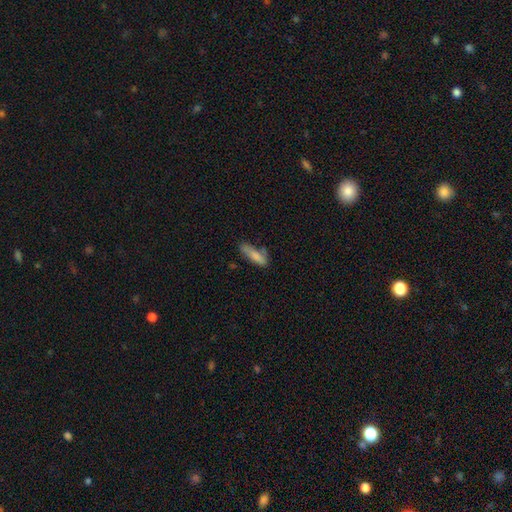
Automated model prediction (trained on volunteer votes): This appears to be a smooth galaxy with no disk features (79%) that is cigar-shaped (60%). Merging: none (54%).